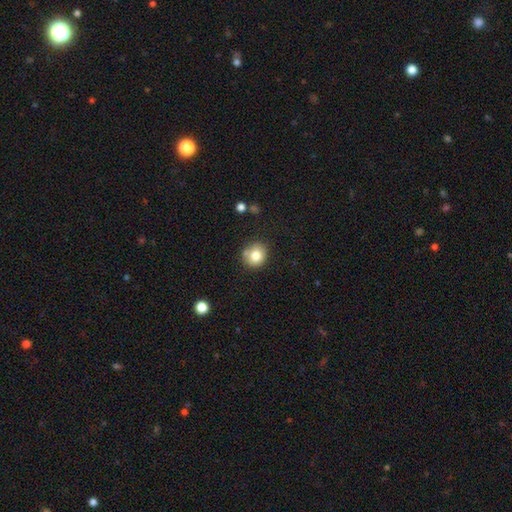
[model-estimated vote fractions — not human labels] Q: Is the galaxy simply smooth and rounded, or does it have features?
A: smooth — 80%.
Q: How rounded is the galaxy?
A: round — 85%.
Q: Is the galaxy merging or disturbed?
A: none — 73%.